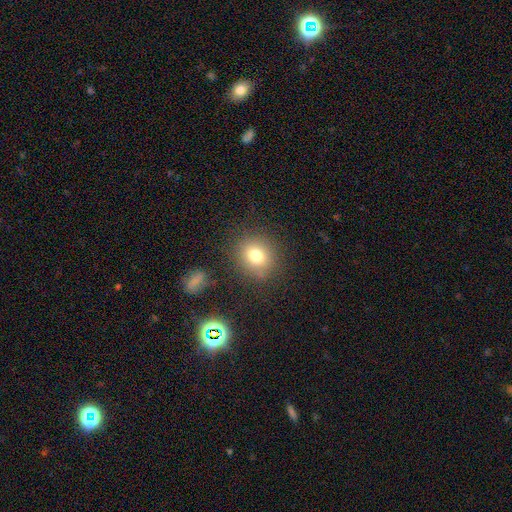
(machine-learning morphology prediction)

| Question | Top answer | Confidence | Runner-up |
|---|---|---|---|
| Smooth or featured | smooth | 77% | star or artifact (13%) |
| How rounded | round | 74% | in between (25%) |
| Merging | none | 82% | minor disturbance (11%) |